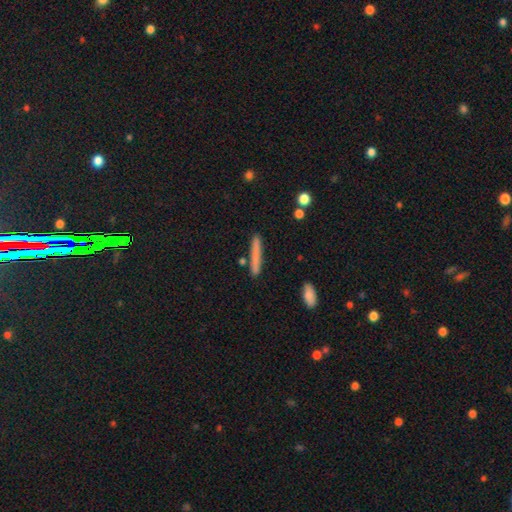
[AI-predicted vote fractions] This appears to be a smooth galaxy with no disk features (74%) that is cigar-shaped (95%). Merging: none (85%).